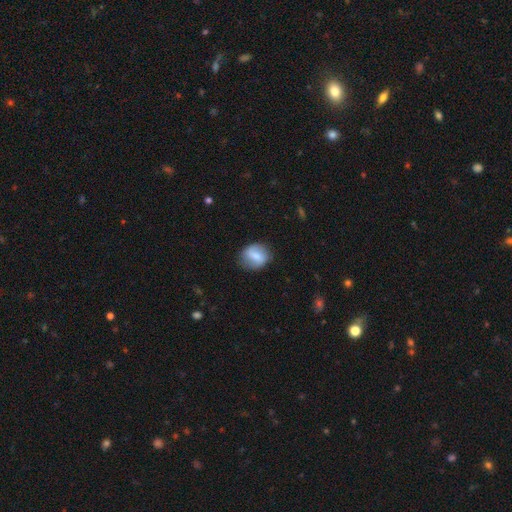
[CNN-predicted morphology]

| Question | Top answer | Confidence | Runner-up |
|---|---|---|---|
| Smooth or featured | smooth | 61% | featured or disk (32%) |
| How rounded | round | 60% | in between (39%) |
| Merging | none | 77% | minor disturbance (17%) |